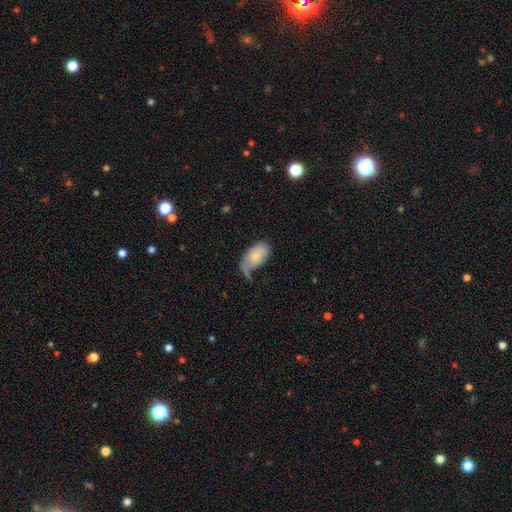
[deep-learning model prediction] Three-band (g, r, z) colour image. It shows a smooth galaxy with no disk features (73%) that is in between round and cigar-shaped (94%). Merging: none (33%).